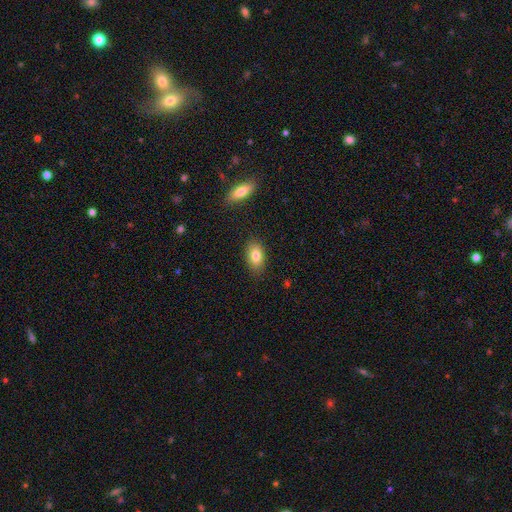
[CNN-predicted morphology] Q: Smooth or featured?
A: smooth (82%); runner-up: featured or disk (10%)
Q: How rounded?
A: in between (88%); runner-up: round (9%)
Q: Merging?
A: none (86%); runner-up: minor disturbance (10%)